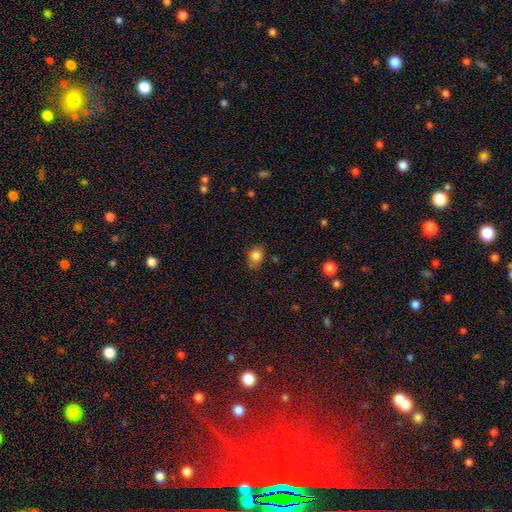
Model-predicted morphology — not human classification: Smooth or featured: smooth — 82% (star or artifact — 11%)
How rounded: in between — 51% (round — 47%)
Merging: none — 67% (minor disturbance — 26%)